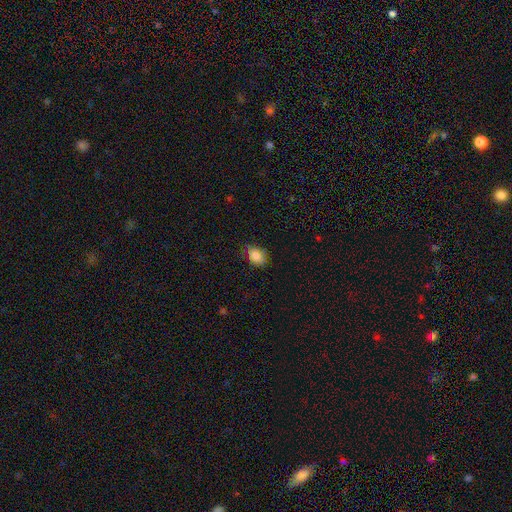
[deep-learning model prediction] The model was most divided on "how rounded": in between: 67%, round: 31%, cigar-shaped: 1%. More confident: smooth or featured — smooth (84%); merging — none (69%).